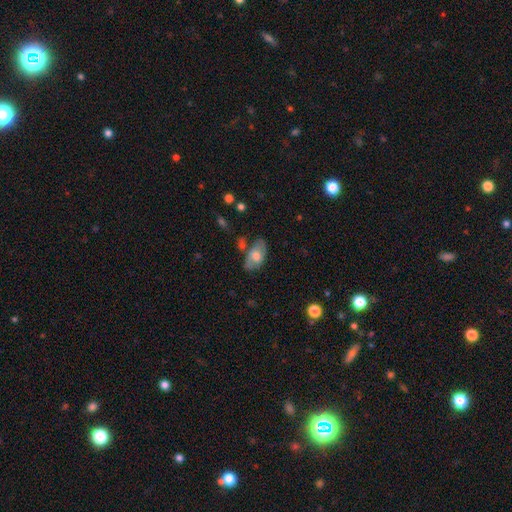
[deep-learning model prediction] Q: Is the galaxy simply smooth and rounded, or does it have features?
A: smooth — 57%.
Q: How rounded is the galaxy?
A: in between — 92%.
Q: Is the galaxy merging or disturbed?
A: none — 59%.